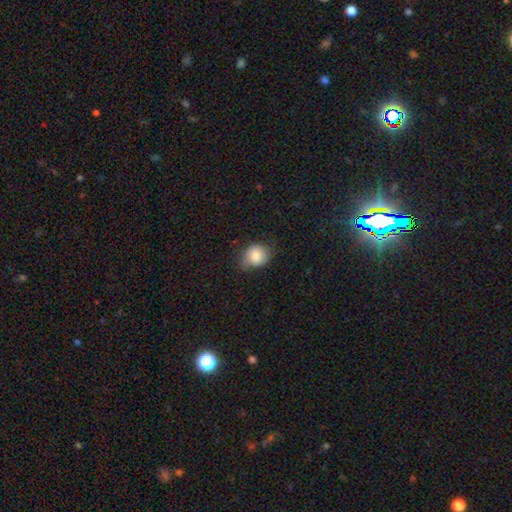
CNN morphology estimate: Smooth or featured: smooth — 75% (featured or disk — 16%)
How rounded: round — 57% (in between — 42%)
Merging: none — 56% (minor disturbance — 33%)